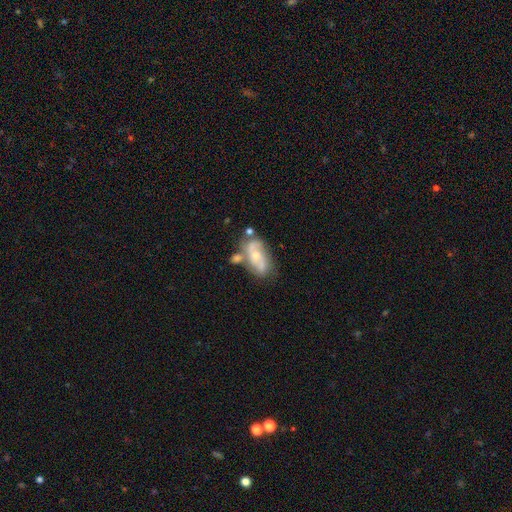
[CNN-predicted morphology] type=featured or disk (67%); edge-on=no (94%); bar=no (63%); spiral arms=yes (84%); winding=medium (42%); arm count=2 (77%); bulge=small (48%); merging=none (45%).